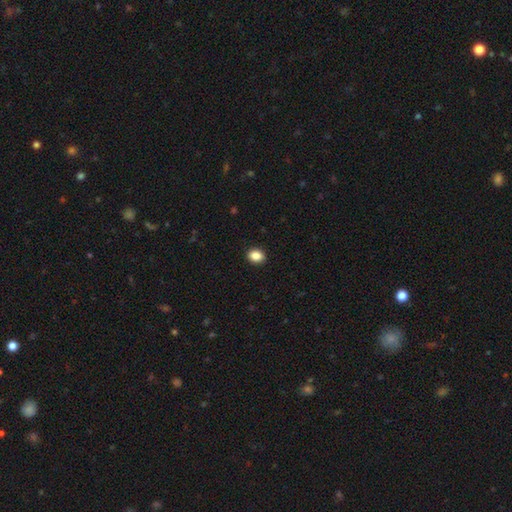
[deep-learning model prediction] smooth 87%, star or artifact 9%, featured or disk 4%. Down the decision tree: how rounded — in between (53%); merging — none (92%).